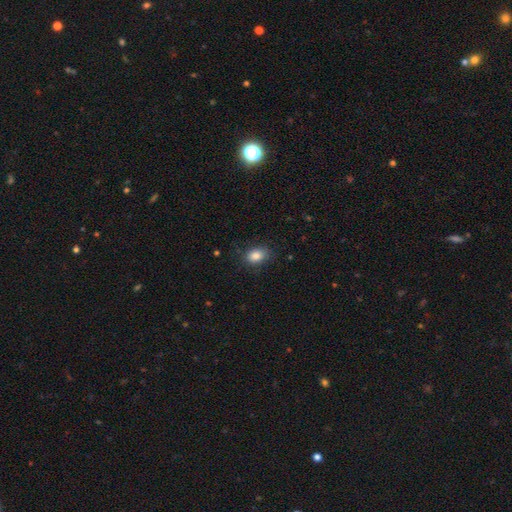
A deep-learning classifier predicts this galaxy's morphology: This appears to be a smooth galaxy with no disk features (85%) that is in between round and cigar-shaped (75%). Merging: none (81%).